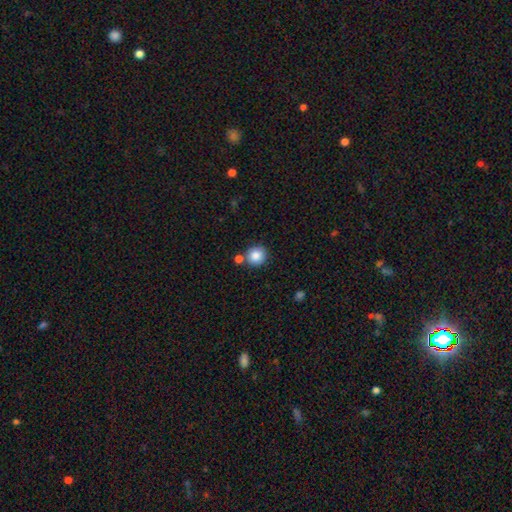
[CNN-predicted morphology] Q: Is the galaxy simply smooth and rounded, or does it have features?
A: smooth — 86%.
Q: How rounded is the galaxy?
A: round — 91%.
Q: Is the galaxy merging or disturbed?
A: none — 77%.